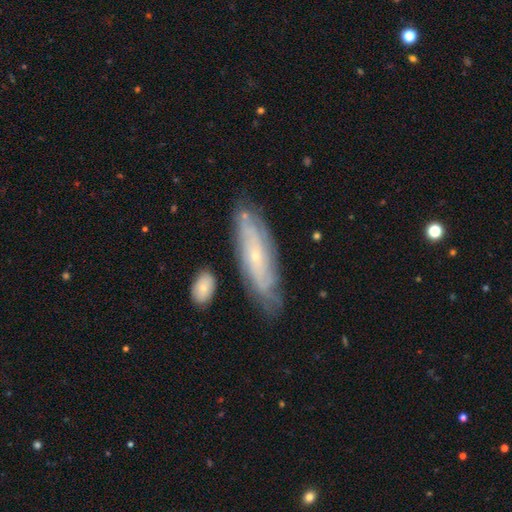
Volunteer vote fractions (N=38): A featured or disk galaxy (74%) with no bar (84%), tight (82%) spiral arms (88%) and a small central bulge (92%).

Vote fractions:
- Smooth or featured? featured or disk: 74% / smooth: 24% / star or artifact: 3%
- Edge-on disk? no: 89% / yes: 11%
- Bar? no: 84% / weak: 12% / strong: 4%
- Spiral arms? yes: 88% / no: 12%
- Spiral winding? tight: 82% / medium: 14% / loose: 5%
- Spiral arm count? can't tell: 59% / more than 4: 32% / 4: 9% / 1: 0% / 2: 0% / 3: 0%
- Bulge size? small: 92% / moderate: 8% / dominant: 0% / large: 0% / none: 0%
- Merging? none: 49% / minor disturbance: 35% / major disturbance: 11% / merger: 5%